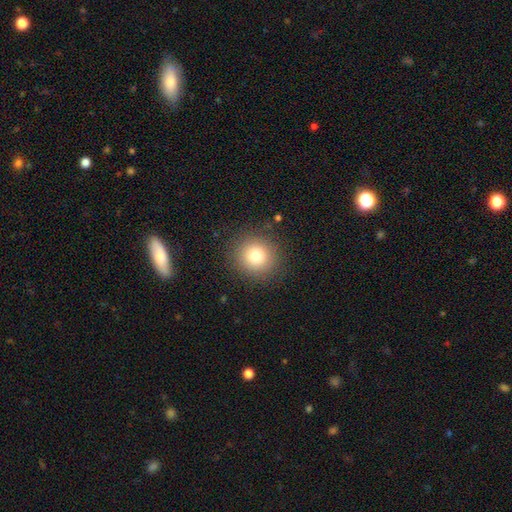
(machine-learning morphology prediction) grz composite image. It shows a smooth galaxy with no disk features (80%) that is round (92%). Merging: none (89%).